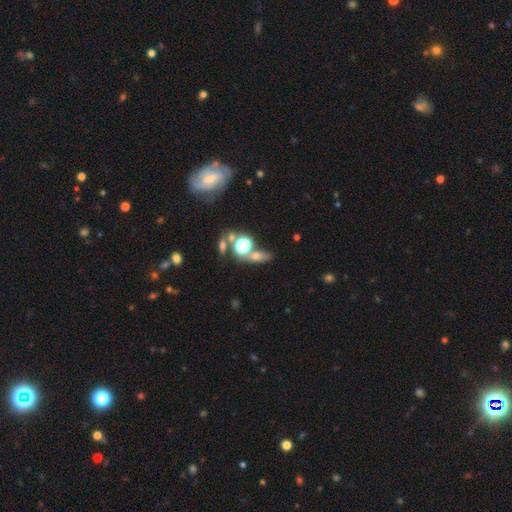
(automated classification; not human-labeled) This is possibly a smooth galaxy (50%). How rounded: possibly in between (51%). Merging: possibly none (53%).